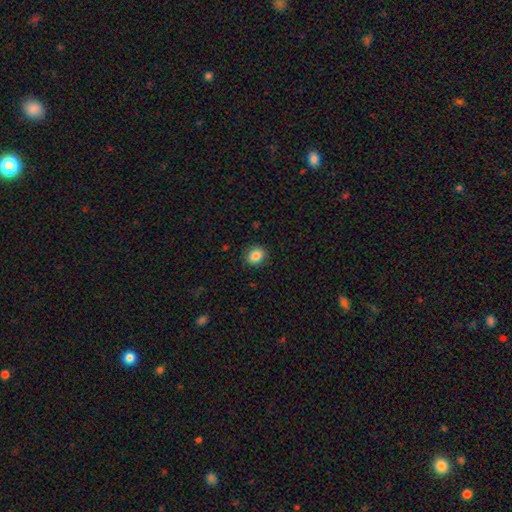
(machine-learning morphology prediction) Smooth or featured?
  - smooth: 86% *
  - star or artifact: 9%
  - featured or disk: 5%
How rounded?
  - round: 63% *
  - in between: 36%
  - cigar-shaped: 1%
Merging?
  - none: 89% *
  - minor disturbance: 8%
  - major disturbance: 2%
  - merger: 1%